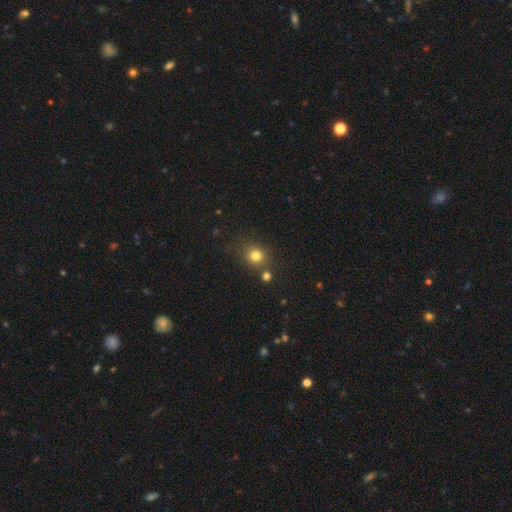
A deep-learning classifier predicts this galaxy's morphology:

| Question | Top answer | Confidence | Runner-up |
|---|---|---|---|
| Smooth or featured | smooth | 78% | star or artifact (15%) |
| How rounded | round | 81% | in between (18%) |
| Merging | none | 74% | merger (12%) |